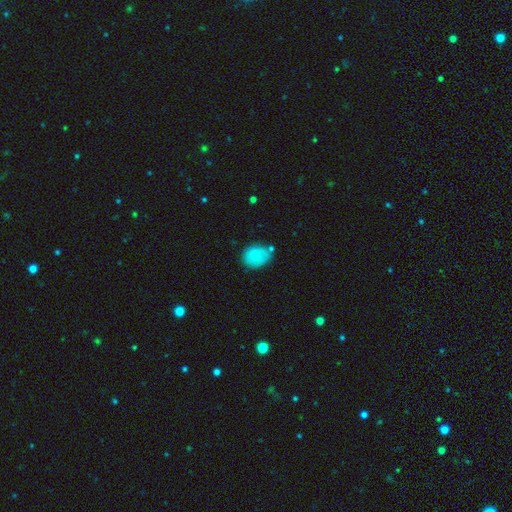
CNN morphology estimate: Smooth or featured? Predicted: smooth (p=0.81). How rounded? Predicted: in between (p=0.54). Merging? Predicted: none (p=0.64).